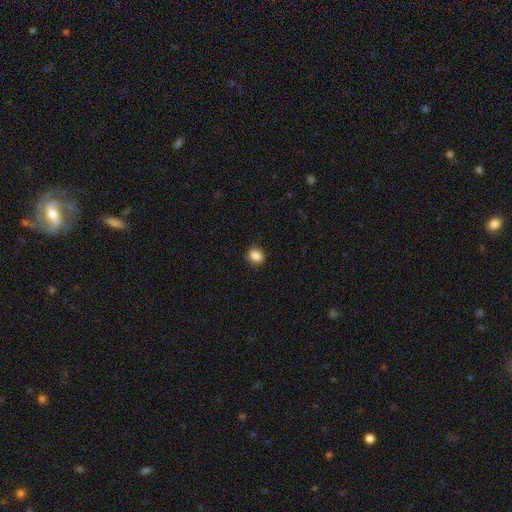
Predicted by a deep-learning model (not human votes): A smooth galaxy with no disk features (87%) that is round (60%). Merging: none (88%).